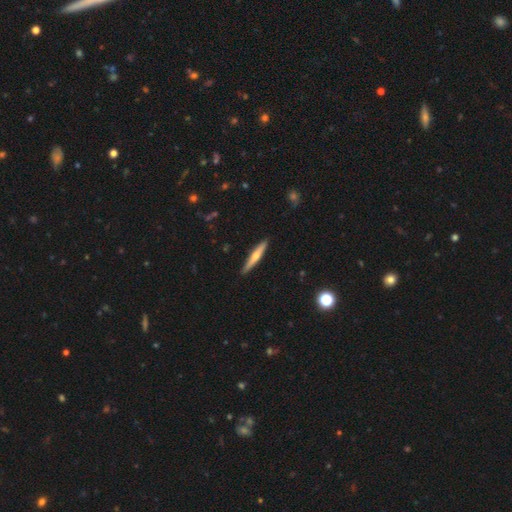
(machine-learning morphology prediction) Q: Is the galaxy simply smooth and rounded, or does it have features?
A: featured or disk — 50%.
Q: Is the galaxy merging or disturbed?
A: none — 90%.